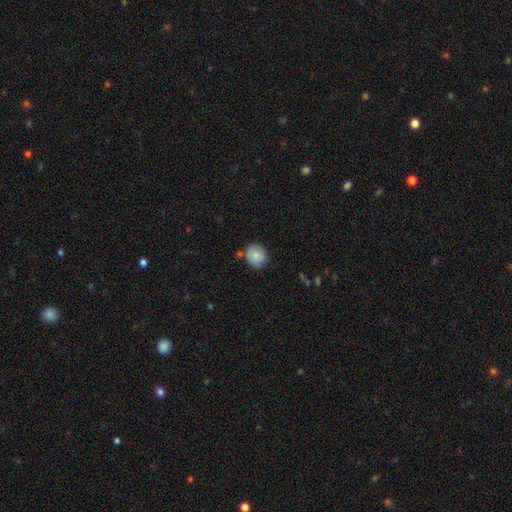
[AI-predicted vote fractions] A smooth galaxy with no disk features (80%) that is round (84%). Merging: none (77%).